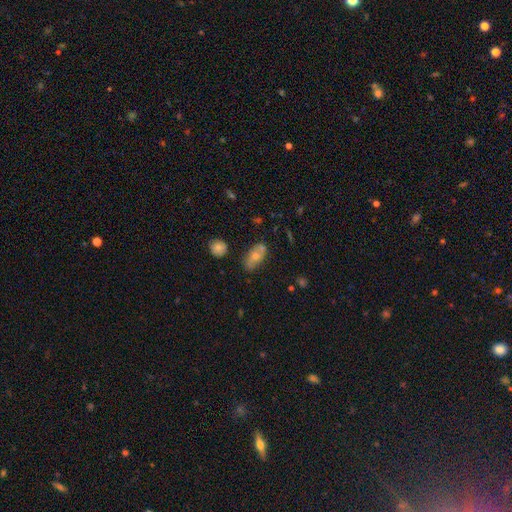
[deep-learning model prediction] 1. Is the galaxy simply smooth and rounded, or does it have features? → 58% smooth, 34% featured or disk, 9% star or artifact.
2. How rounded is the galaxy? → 84% in between, 8% cigar-shaped, 7% round.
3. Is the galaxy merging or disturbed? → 63% none, 22% minor disturbance, 9% merger, 6% major disturbance.